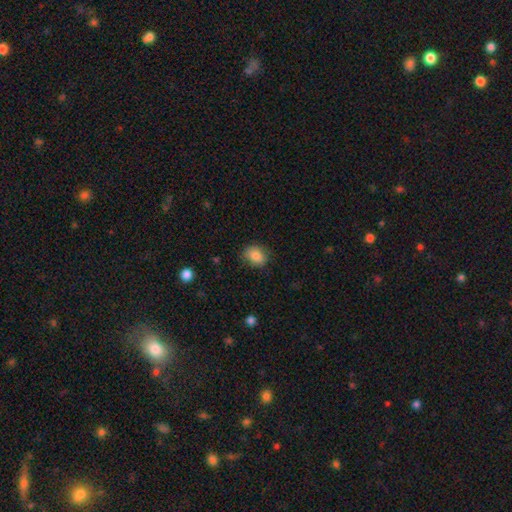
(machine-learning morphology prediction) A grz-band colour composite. It shows a smooth galaxy with no disk features (85%) that is in between round and cigar-shaped (56%). Merging: none (79%).